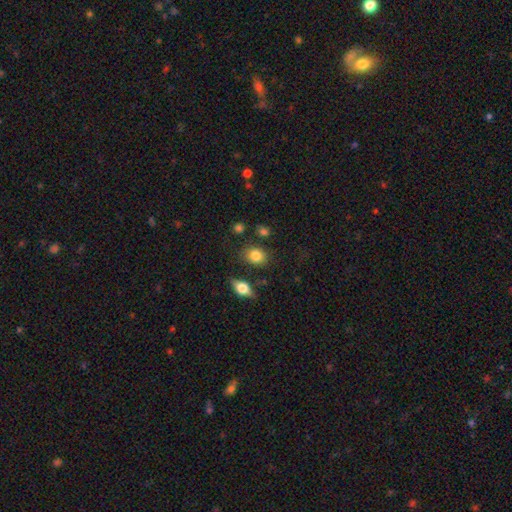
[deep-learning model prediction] The model was most divided on "how rounded": in between: 52%, round: 47%, cigar-shaped: 2%. More confident: smooth or featured — smooth (82%); merging — none (79%).